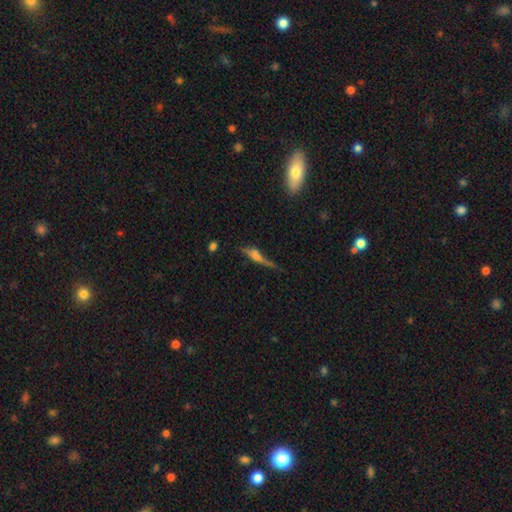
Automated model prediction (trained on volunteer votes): This is possibly a featured or disk galaxy (47%). Merging: possibly none (49%).